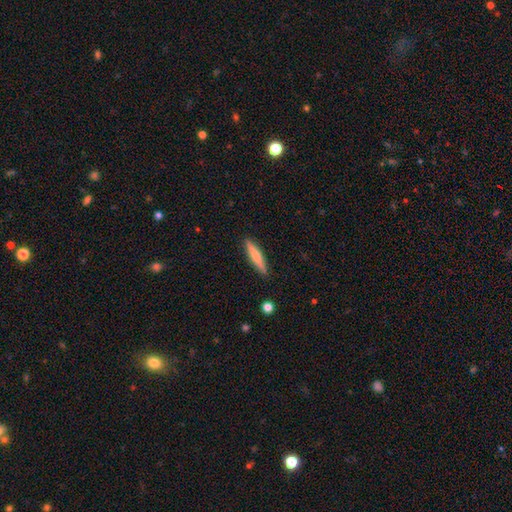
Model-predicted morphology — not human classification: This is likely a smooth galaxy (67%). How rounded: clearly cigar-shaped (88%). Merging: clearly none (89%).